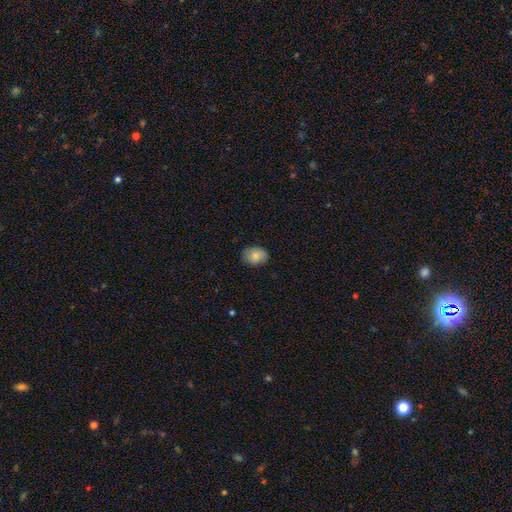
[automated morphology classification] A smooth galaxy with no disk features (82%) that is in between round and cigar-shaped (67%). Merging: none (78%).